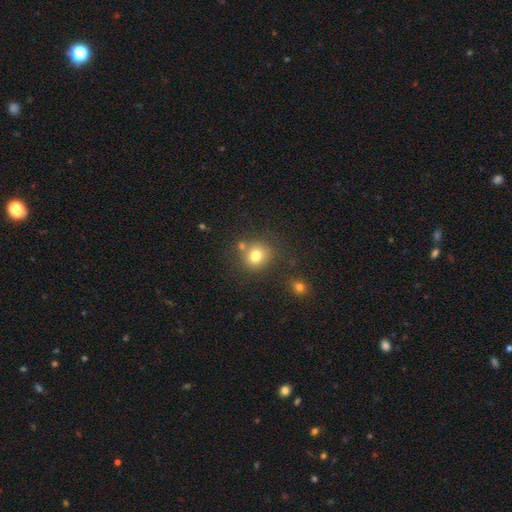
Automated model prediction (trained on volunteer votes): Q: Smooth or featured?
A: smooth (77%); runner-up: star or artifact (13%)
Q: How rounded?
A: round (81%); runner-up: in between (18%)
Q: Merging?
A: none (69%); runner-up: merger (14%)